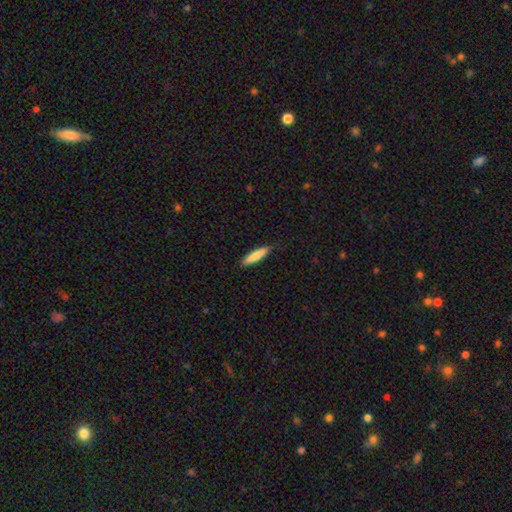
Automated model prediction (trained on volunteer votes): A smooth galaxy with no disk features (79%) that is cigar-shaped (82%).

Vote fractions:
- Smooth or featured? smooth: 79% / featured or disk: 16% / star or artifact: 6%
- How rounded? cigar-shaped: 82% / in between: 17% / round: 1%
- Merging? none: 87% / minor disturbance: 10% / major disturbance: 2% / merger: 1%